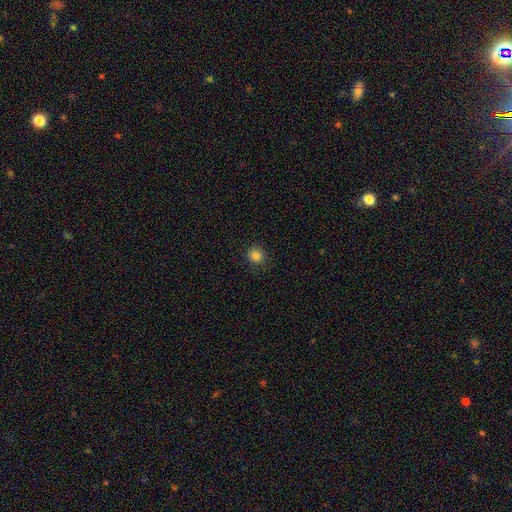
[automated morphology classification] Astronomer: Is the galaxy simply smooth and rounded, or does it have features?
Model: smooth — 83%.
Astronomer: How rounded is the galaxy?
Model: round — 89%.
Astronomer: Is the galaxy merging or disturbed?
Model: none — 90%.